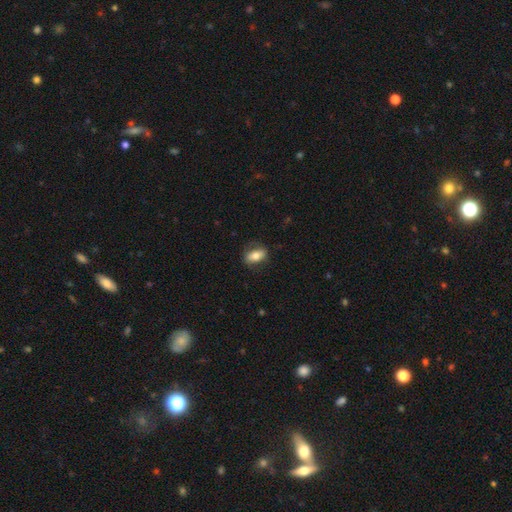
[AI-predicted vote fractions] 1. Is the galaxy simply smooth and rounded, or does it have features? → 68% smooth, 25% featured or disk, 7% star or artifact.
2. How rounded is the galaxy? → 84% in between, 8% cigar-shaped, 8% round.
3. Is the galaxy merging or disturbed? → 76% none, 17% minor disturbance, 6% major disturbance, 1% merger.